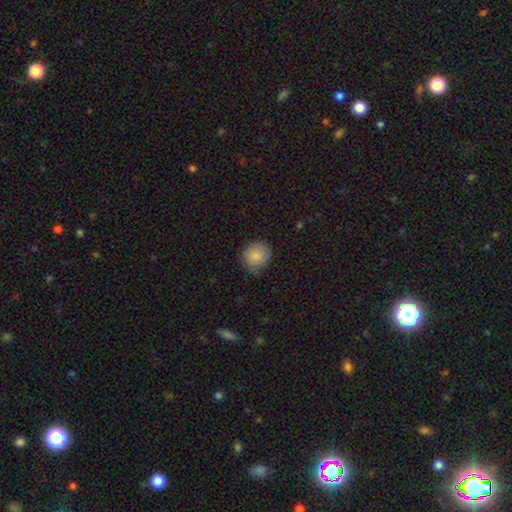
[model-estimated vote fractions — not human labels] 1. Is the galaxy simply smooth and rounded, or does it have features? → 86% smooth, 8% star or artifact, 6% featured or disk.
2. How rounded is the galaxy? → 88% round, 11% in between, 1% cigar-shaped.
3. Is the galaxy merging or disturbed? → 80% none, 16% minor disturbance, 3% major disturbance, 1% merger.